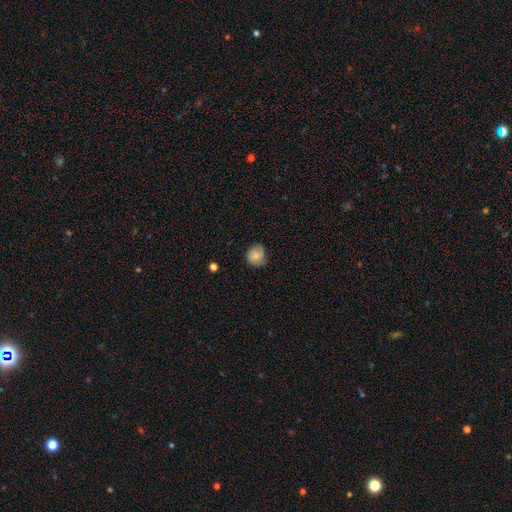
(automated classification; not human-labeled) smooth-or-featured: smooth: 71% | featured or disk: 21% | star or artifact: 8%
  how-rounded: round: 81% | in between: 18% | cigar-shaped: 1%
  merging: none: 66% | minor disturbance: 27% | major disturbance: 5% | merger: 1%